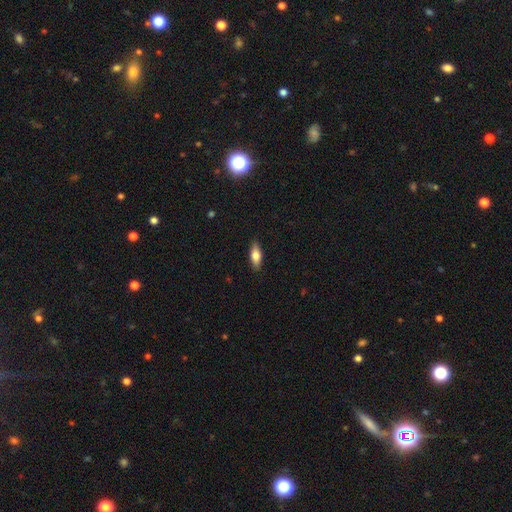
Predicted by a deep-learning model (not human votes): smooth_or_featured: smooth (p=0.71) [alt: featured or disk p=0.23]
how_rounded: in between (p=0.70) [alt: cigar-shaped p=0.27]
merging: none (p=0.88) [alt: minor disturbance p=0.09]